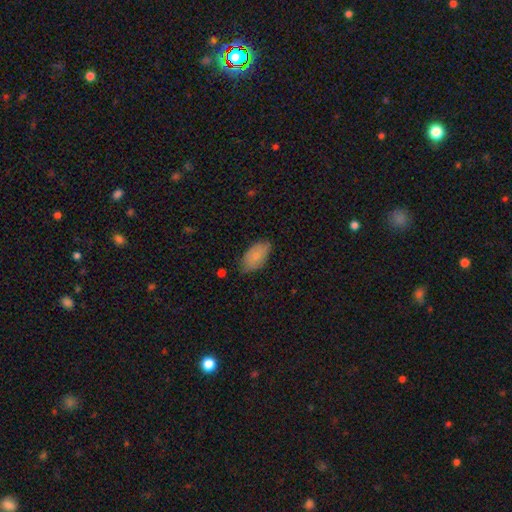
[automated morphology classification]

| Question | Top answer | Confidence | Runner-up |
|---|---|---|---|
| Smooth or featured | smooth | 83% | featured or disk (10%) |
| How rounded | in between | 94% | round (3%) |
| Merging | none | 76% | minor disturbance (20%) |